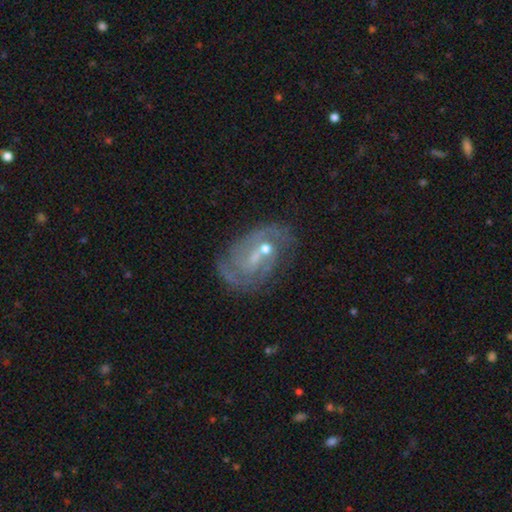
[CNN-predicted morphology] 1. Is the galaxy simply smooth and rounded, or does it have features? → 78% featured or disk, 13% smooth, 9% star or artifact.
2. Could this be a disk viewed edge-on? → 97% no, 3% yes.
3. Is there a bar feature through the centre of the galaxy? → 46% weak, 42% no, 12% strong.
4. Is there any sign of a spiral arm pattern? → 85% yes, 15% no.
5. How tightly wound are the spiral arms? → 43% medium, 38% tight, 18% loose.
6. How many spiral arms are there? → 46% 2, 27% can't tell, 12% 3, 7% 1, 4% 4, 4% more than 4.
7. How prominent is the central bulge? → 58% small, 32% moderate, 6% none, 2% large, 1% dominant.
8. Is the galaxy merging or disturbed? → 56% none, 18% minor disturbance, 14% merger, 12% major disturbance.